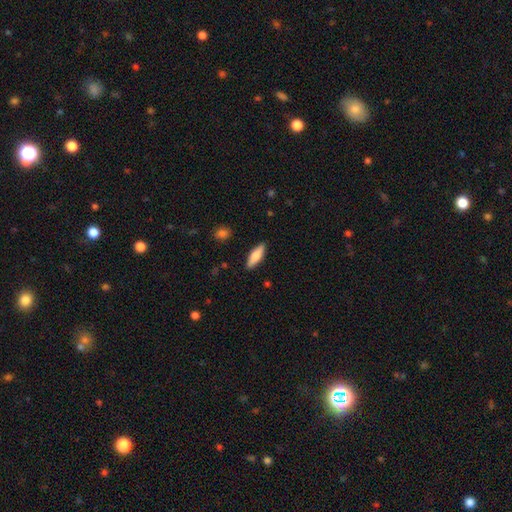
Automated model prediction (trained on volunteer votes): smooth-or-featured: smooth: 73% | featured or disk: 21% | star or artifact: 6%
  how-rounded: cigar-shaped: 50% | in between: 48% | round: 2%
  merging: none: 89% | minor disturbance: 8% | major disturbance: 2% | merger: 1%